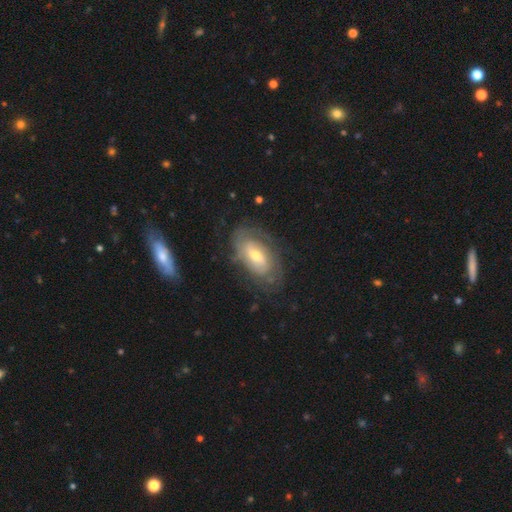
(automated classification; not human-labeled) Smooth or featured?
  - featured or disk: 71% *
  - smooth: 21%
  - star or artifact: 8%
Edge-on disk?
  - no: 93% *
  - yes: 7%
Bar?
  - no: 52% *
  - weak: 37%
  - strong: 11%
Spiral arms?
  - yes: 83% *
  - no: 17%
Spiral winding?
  - tight: 67% *
  - medium: 25%
  - loose: 9%
Spiral arm count?
  - can't tell: 50% *
  - 2: 30%
  - 3: 9%
  - 1: 5%
  - 4: 4%
  - more than 4: 3%
Bulge size?
  - moderate: 59% *
  - small: 34%
  - large: 5%
  - none: 1%
  - dominant: 1%
Merging?
  - none: 74% *
  - minor disturbance: 17%
  - major disturbance: 7%
  - merger: 2%